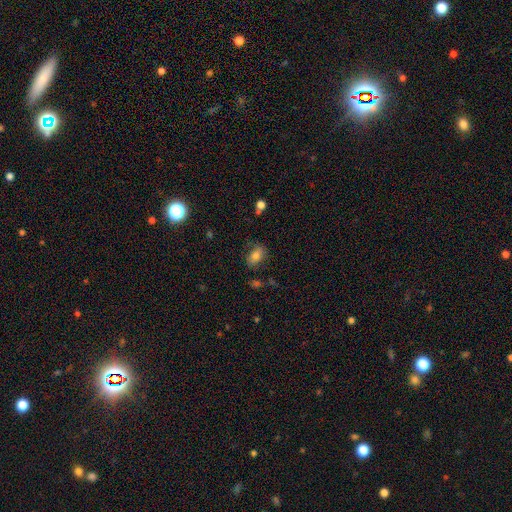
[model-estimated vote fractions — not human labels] smooth 72%, featured or disk 18%, star or artifact 10%. Down the decision tree: how rounded — in between (85%); merging — none (71%).